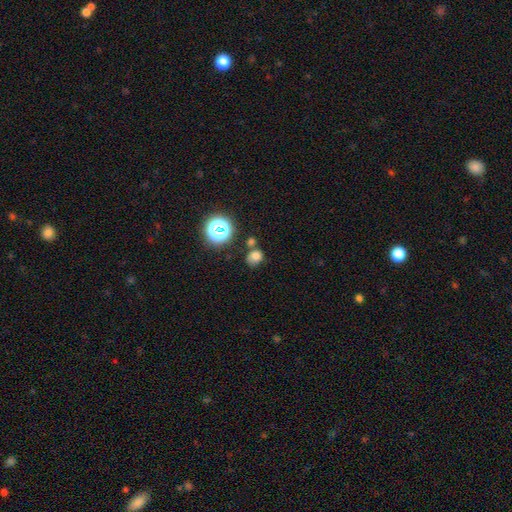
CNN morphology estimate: A smooth galaxy with no disk features (73%) that is round (62%).

Vote fractions:
- Smooth or featured? smooth: 73% / star or artifact: 18% / featured or disk: 8%
- How rounded? round: 62% / in between: 37% / cigar-shaped: 1%
- Merging? none: 62% / merger: 18% / minor disturbance: 15% / major disturbance: 5%